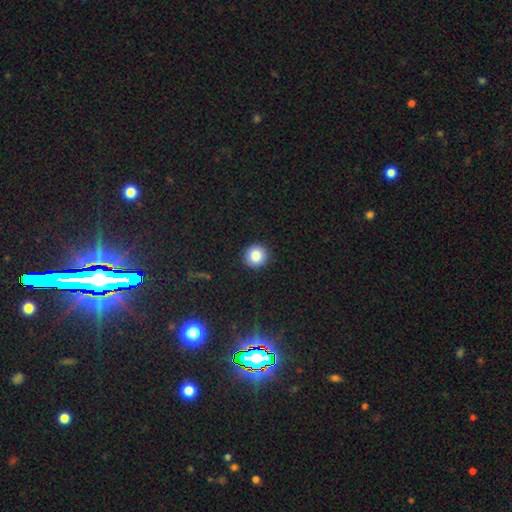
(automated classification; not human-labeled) Q: Smooth or featured?
A: smooth (84%); runner-up: star or artifact (10%)
Q: How rounded?
A: round (93%); runner-up: in between (6%)
Q: Merging?
A: none (92%); runner-up: minor disturbance (5%)